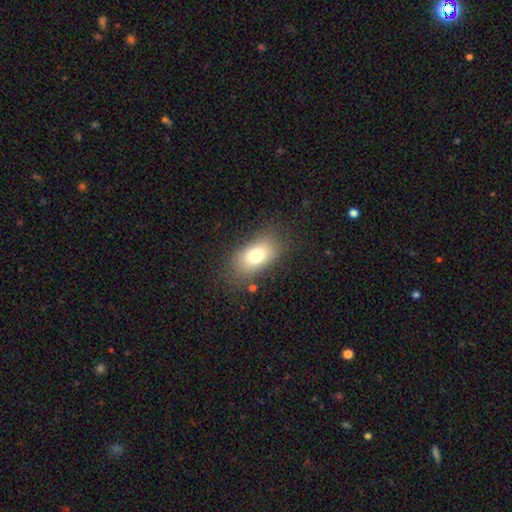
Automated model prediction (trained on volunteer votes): The model was most divided on "smooth or featured": smooth: 77%, featured or disk: 14%, star or artifact: 10%. More confident: how rounded — in between (88%); merging — none (78%).